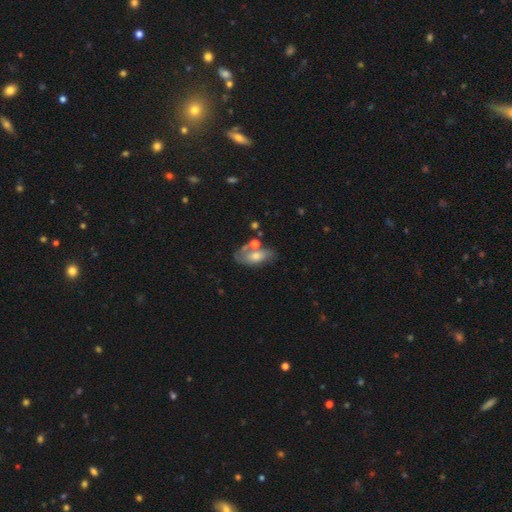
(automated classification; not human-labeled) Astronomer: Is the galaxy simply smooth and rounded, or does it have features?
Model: smooth — 49% (runner-up: featured or disk, 42%).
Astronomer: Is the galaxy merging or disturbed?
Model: none — 49%.